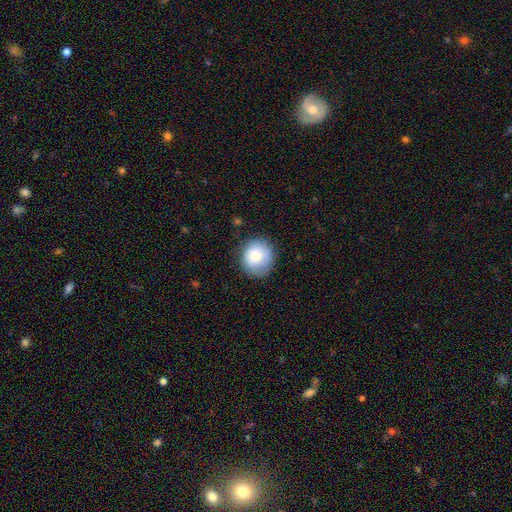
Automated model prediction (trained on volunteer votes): Smooth or featured?
  - smooth: 77% *
  - featured or disk: 14%
  - star or artifact: 8%
How rounded?
  - round: 87% *
  - in between: 12%
  - cigar-shaped: 1%
Merging?
  - none: 77% *
  - minor disturbance: 17%
  - major disturbance: 5%
  - merger: 1%